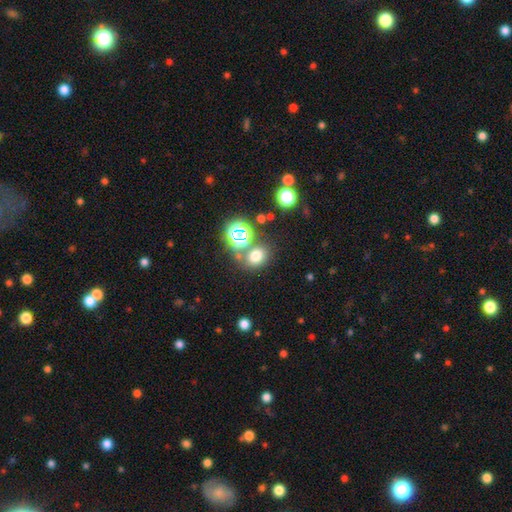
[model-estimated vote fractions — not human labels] This appears to be a smooth galaxy with no disk features (69%) that is round (56%). Merging: none (68%).